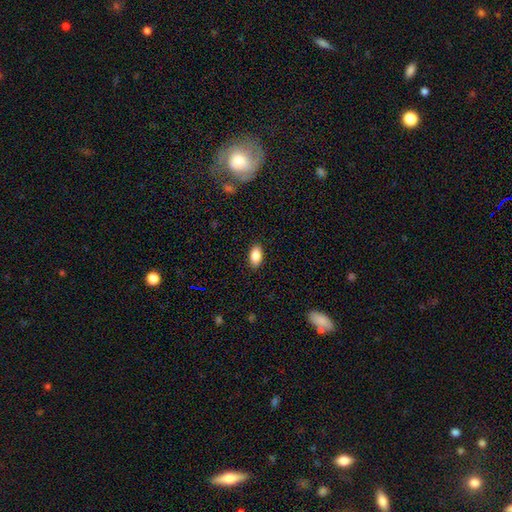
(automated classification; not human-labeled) The model was most divided on "smooth or featured": smooth: 87%, star or artifact: 7%, featured or disk: 5%. More confident: how rounded — in between (93%); merging — none (89%).